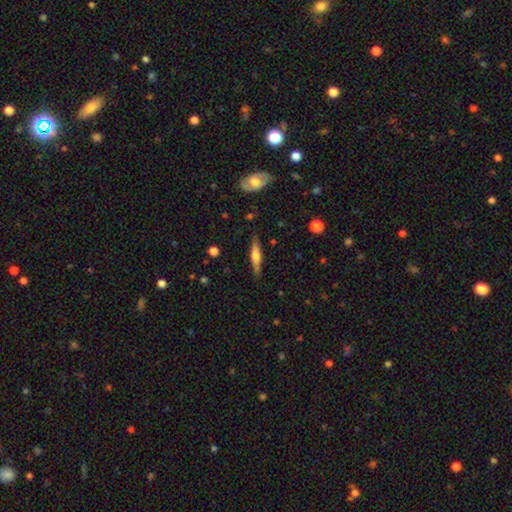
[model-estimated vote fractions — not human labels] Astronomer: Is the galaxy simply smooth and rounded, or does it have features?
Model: featured or disk — 53% (runner-up: smooth, 41%).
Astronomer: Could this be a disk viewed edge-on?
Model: yes — 95%.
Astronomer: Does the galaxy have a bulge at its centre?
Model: rounded — 81%.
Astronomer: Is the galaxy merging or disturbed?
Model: none — 87%.